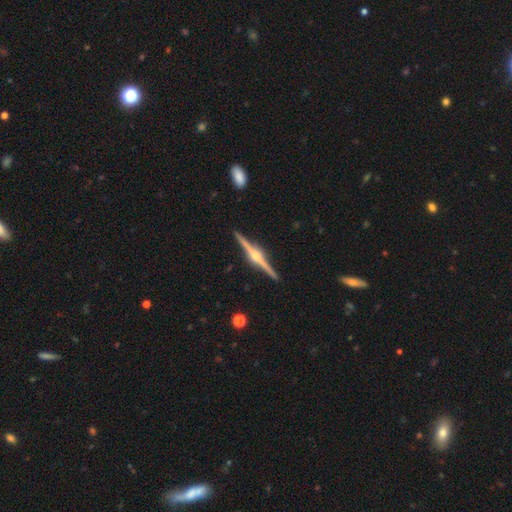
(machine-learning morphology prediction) This is clearly a featured or disk galaxy (87%). It is clearly viewed edge-on (99%). Edge-on bulge: clearly rounded (92%). Merging: clearly none (92%).